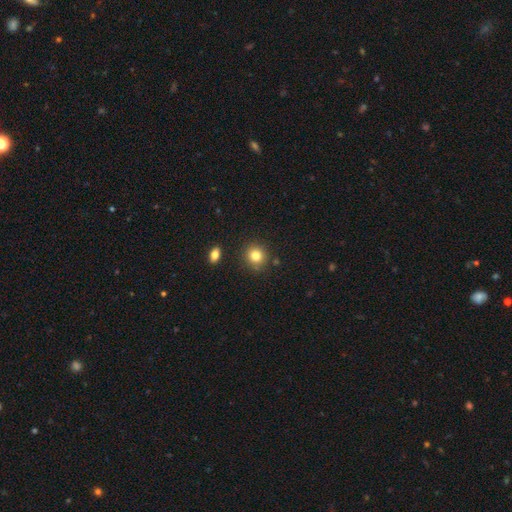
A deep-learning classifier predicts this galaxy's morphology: Smooth or featured? smooth (82%)
How rounded? round (85%)
Merging? none (86%)